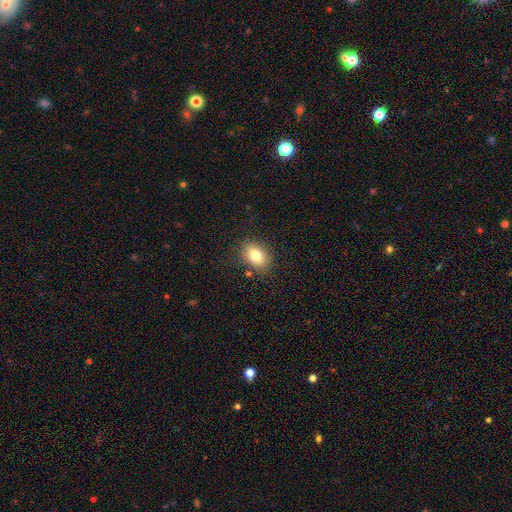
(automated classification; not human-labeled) Morphology: type=smooth (79%); roundness=in between (70%); merging=none (83%).